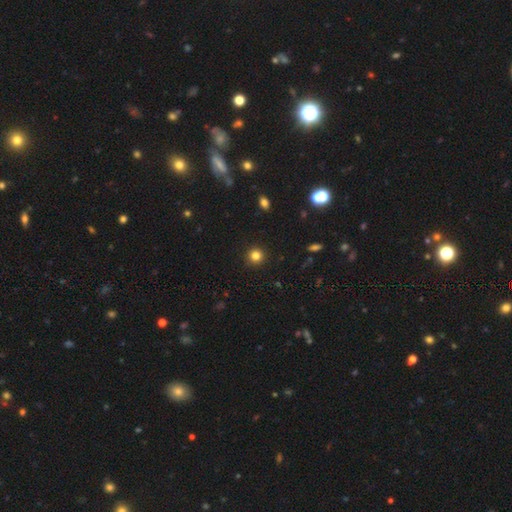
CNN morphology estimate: A smooth galaxy with no disk features (83%) that is round (94%). Merging: none (93%).